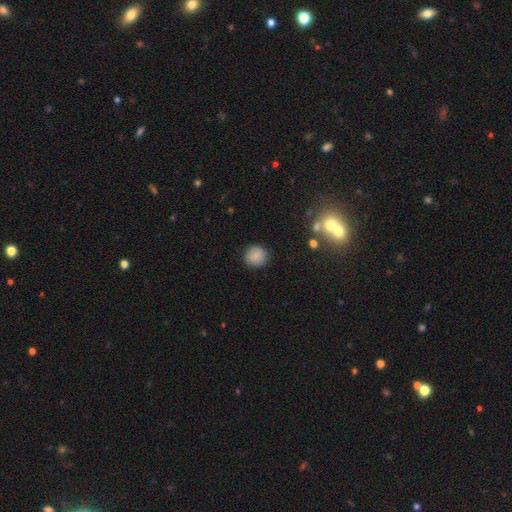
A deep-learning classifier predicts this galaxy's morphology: smooth_or_featured: smooth (p=0.85) [alt: star or artifact p=0.10]
how_rounded: round (p=0.92) [alt: in between p=0.07]
merging: none (p=0.89) [alt: minor disturbance p=0.07]